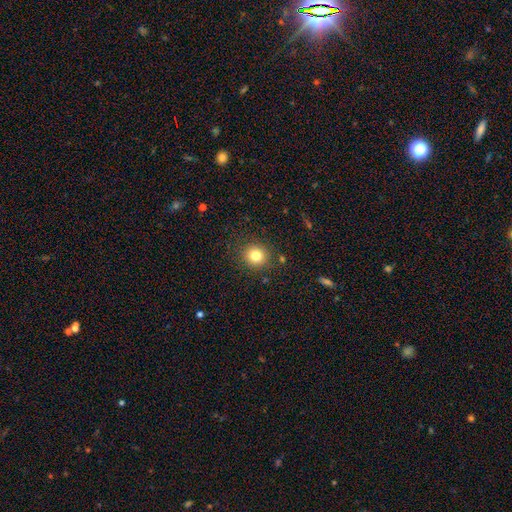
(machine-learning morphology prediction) smooth-or-featured: smooth: 81% | star or artifact: 12% | featured or disk: 7%
  how-rounded: round: 89% | in between: 10% | cigar-shaped: 1%
  merging: none: 87% | minor disturbance: 8% | major disturbance: 3% | merger: 2%